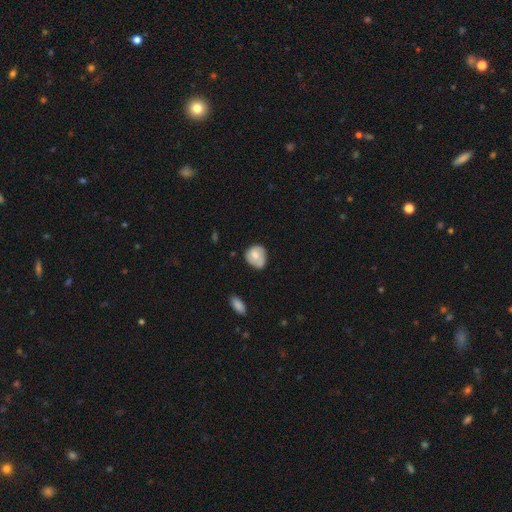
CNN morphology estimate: smooth-or-featured: smooth: 69% | featured or disk: 24% | star or artifact: 7%
  how-rounded: round: 70% | in between: 29% | cigar-shaped: 1%
  merging: none: 54% | minor disturbance: 34% | major disturbance: 8% | merger: 4%